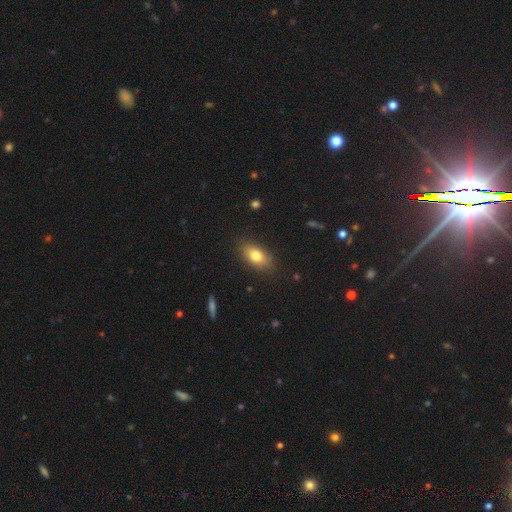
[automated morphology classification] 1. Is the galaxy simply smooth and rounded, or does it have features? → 78% smooth, 13% featured or disk, 8% star or artifact.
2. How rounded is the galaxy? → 87% in between, 9% round, 4% cigar-shaped.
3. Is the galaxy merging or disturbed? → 85% none, 11% minor disturbance, 3% major disturbance, 1% merger.